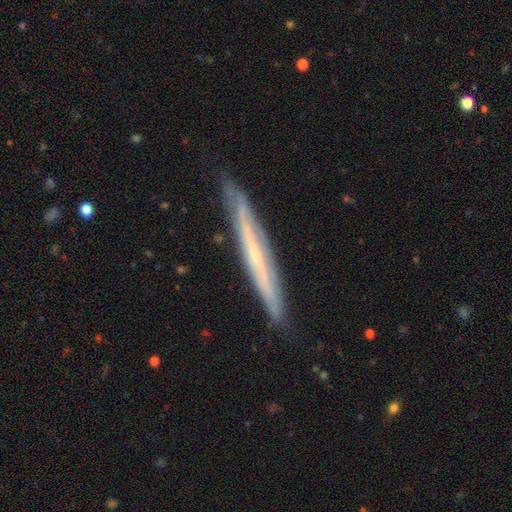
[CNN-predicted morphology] Smooth or featured?
  - featured or disk: 68% *
  - smooth: 26%
  - star or artifact: 6%
Edge-on disk?
  - yes: 89% *
  - no: 11%
Edge-on bulge?
  - none: 63% *
  - rounded: 33%
  - boxy: 4%
Merging?
  - none: 83% *
  - minor disturbance: 14%
  - major disturbance: 2%
  - merger: 1%